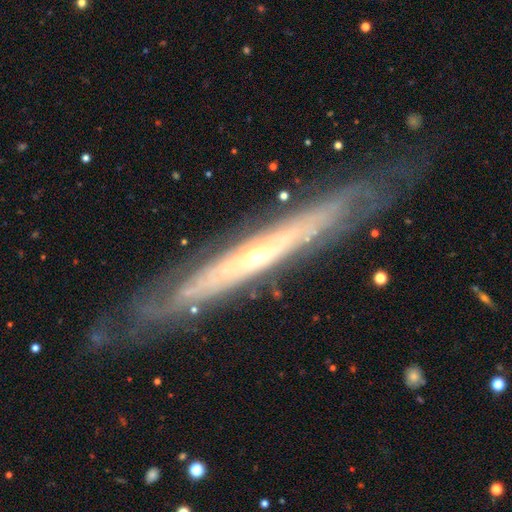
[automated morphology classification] The model was most divided on "edge-on disk": yes: 60%, no: 40%. More confident: smooth or featured — featured or disk (82%); merging — none (79%).